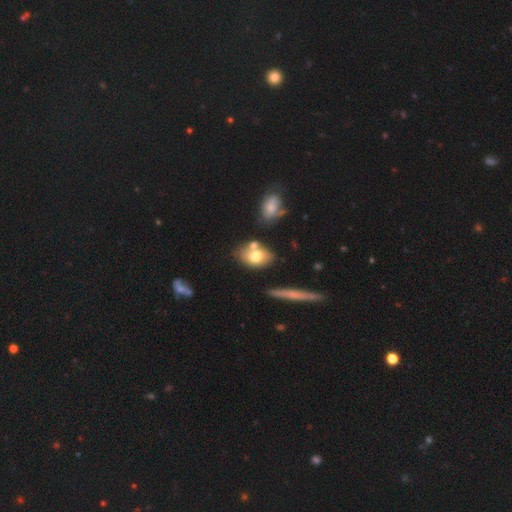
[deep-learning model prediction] Smooth or featured?
  - smooth: 69% *
  - featured or disk: 22%
  - star or artifact: 9%
How rounded?
  - in between: 76% *
  - round: 21%
  - cigar-shaped: 3%
Merging?
  - none: 55% *
  - merger: 26%
  - minor disturbance: 14%
  - major disturbance: 5%